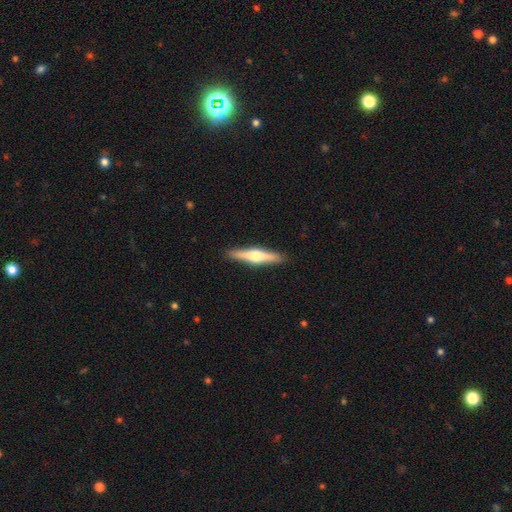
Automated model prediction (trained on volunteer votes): The model was most divided on "smooth or featured": featured or disk: 61%, smooth: 34%, star or artifact: 5%. More confident: edge-on disk — yes (97%); edge-on bulge — rounded (93%); merging — none (91%).